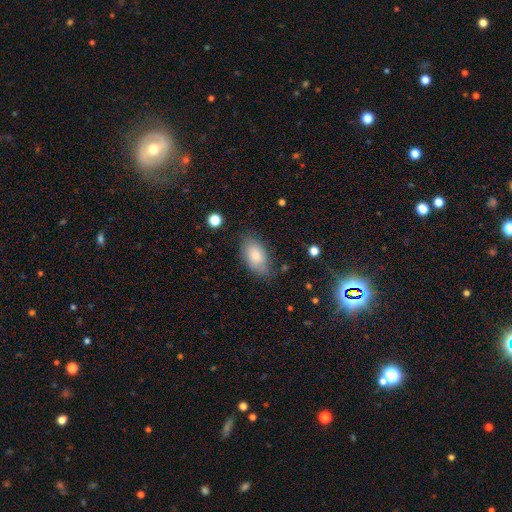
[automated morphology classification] Q: Smooth or featured?
A: smooth (77%); runner-up: featured or disk (16%)
Q: How rounded?
A: in between (93%); runner-up: round (5%)
Q: Merging?
A: none (73%); runner-up: minor disturbance (20%)